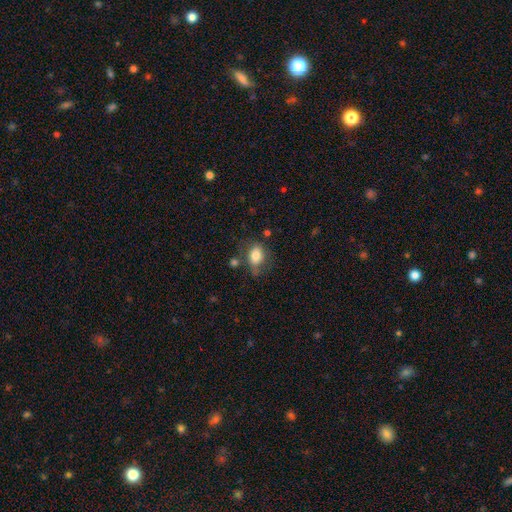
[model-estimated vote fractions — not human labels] Smooth or featured?
  - smooth: 78% *
  - featured or disk: 14%
  - star or artifact: 8%
How rounded?
  - in between: 75% *
  - round: 23%
  - cigar-shaped: 2%
Merging?
  - none: 56% *
  - minor disturbance: 25%
  - major disturbance: 12%
  - merger: 7%